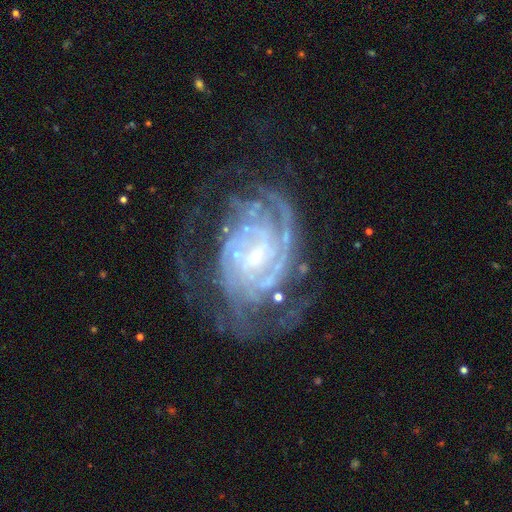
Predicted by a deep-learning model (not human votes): Overall: featured or disk (89%). Edge-on disk: no (97%). Bar: no (44%; weak 43%). Spiral arms: yes (96%). Spiral arm count: can't tell (33%; 2 23%). Spiral winding: tight (64%; medium 29%). Bulge size: small (63%). Merging: none (58%; major disturbance 20%).